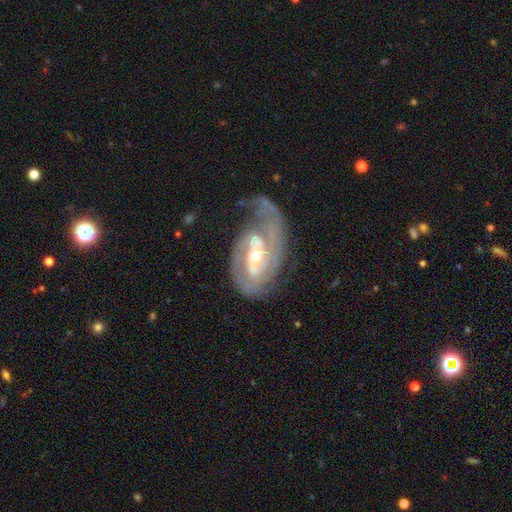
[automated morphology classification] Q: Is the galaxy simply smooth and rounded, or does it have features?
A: featured or disk — 86%.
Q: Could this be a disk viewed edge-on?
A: no — 96%.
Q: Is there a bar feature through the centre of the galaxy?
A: weak — 42%.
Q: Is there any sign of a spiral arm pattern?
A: yes — 92%.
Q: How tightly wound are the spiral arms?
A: tight — 41%.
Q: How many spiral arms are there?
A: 2 — 53%.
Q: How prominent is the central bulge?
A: small — 48%, tied with moderate.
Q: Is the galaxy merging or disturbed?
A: major disturbance — 34%.